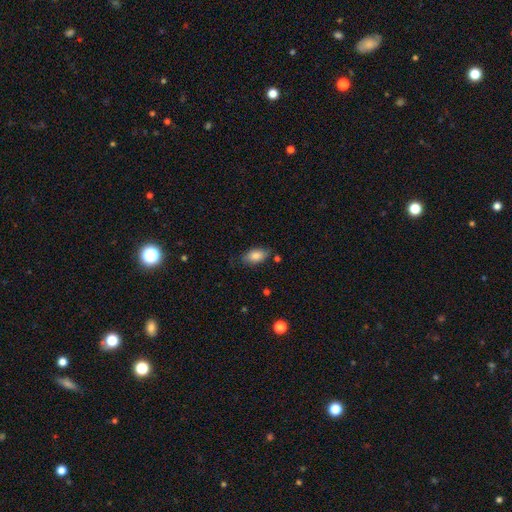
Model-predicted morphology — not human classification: smooth_or_featured: smooth (p=0.82) [alt: featured or disk p=0.10]
how_rounded: in between (p=0.92) [alt: round p=0.05]
merging: none (p=0.74) [alt: minor disturbance p=0.19]